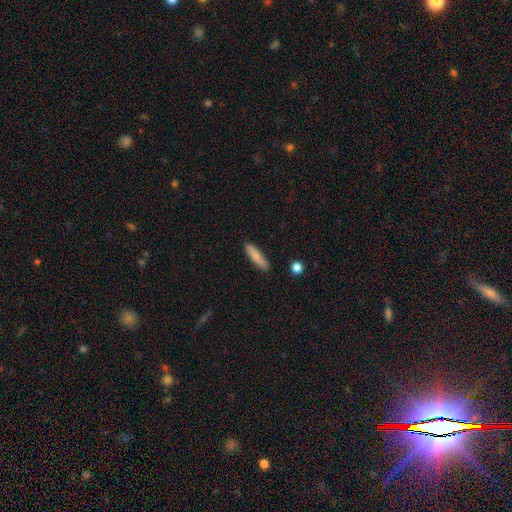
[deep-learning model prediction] This is clearly a smooth galaxy (82%). How rounded: likely cigar-shaped (75%). Merging: clearly none (86%).